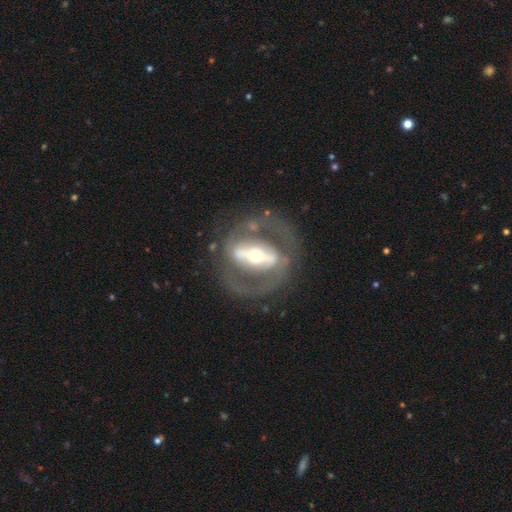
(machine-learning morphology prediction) A featured or disk galaxy (82%) with a strong bar (65%), spiral arms (53%) and a moderate central bulge (56%).

Vote fractions:
- Smooth or featured? featured or disk: 82% / smooth: 13% / star or artifact: 5%
- Edge-on disk? no: 91% / yes: 9%
- Bar? strong: 65% / weak: 19% / no: 16%
- Spiral arms? yes: 53% / no: 47%
- Bulge size? moderate: 56% / small: 32% / large: 9% / dominant: 2% / none: 1%
- Merging? none: 69% / major disturbance: 15% / minor disturbance: 14% / merger: 3%